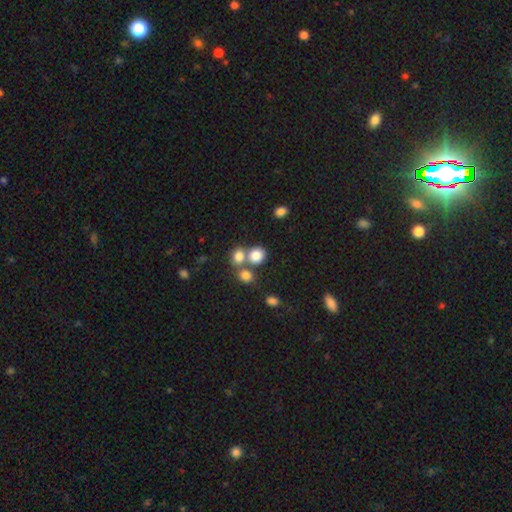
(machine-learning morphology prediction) Smooth or featured? smooth (79%)
How rounded? round (77%)
Merging? none (50%)